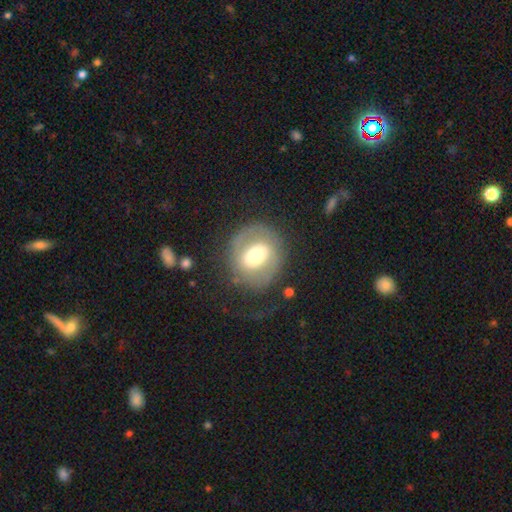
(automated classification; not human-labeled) This appears to be a featured or disk galaxy (53%) with no bar (50%), no spiral arms (52%) and a moderate central bulge (63%). Merging: none (71%).